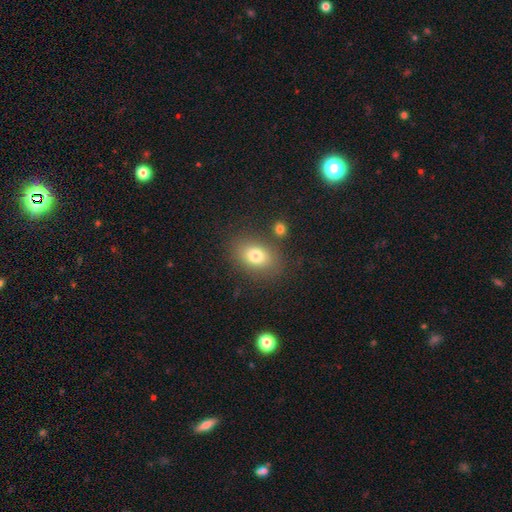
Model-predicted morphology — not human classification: Smooth or featured? smooth (78%)
How rounded? in between (75%)
Merging? none (78%)